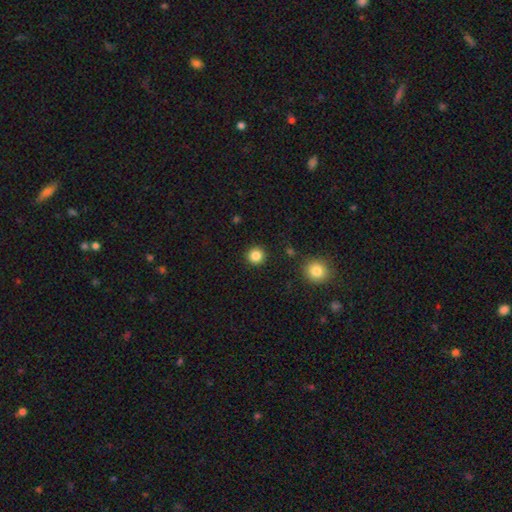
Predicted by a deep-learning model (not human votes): This is clearly a smooth galaxy (85%). How rounded: clearly round (95%). Merging: clearly none (91%).